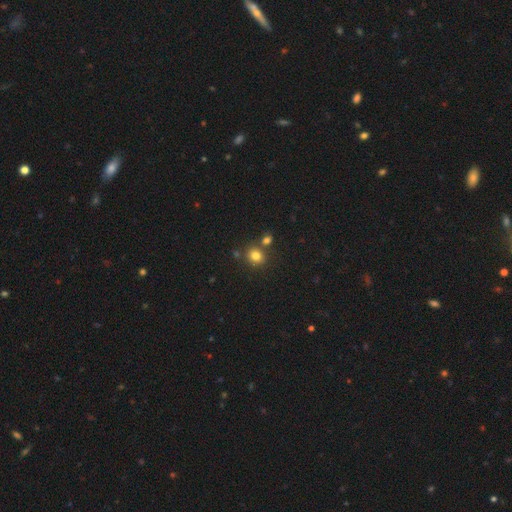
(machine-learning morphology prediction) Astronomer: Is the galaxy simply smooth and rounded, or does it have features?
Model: smooth — 79%.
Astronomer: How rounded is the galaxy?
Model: round — 79%.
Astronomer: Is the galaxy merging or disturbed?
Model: none — 72%.